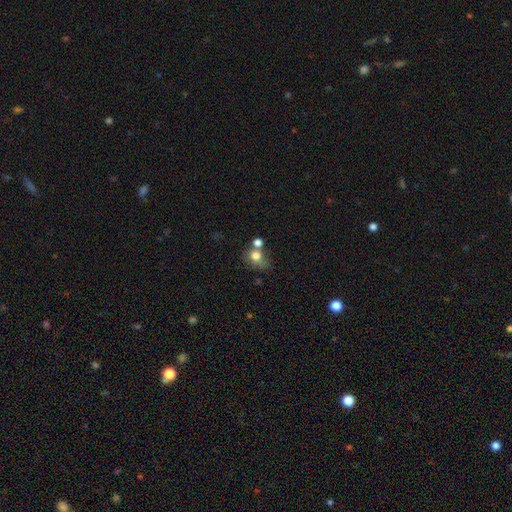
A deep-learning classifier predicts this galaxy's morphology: type=smooth (75%); roundness=round (51%); merging=none (40%).